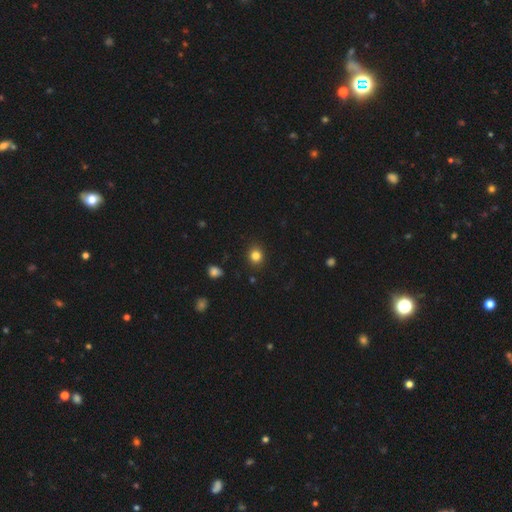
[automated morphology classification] Smooth or featured? smooth (83%)
How rounded? round (77%)
Merging? none (89%)